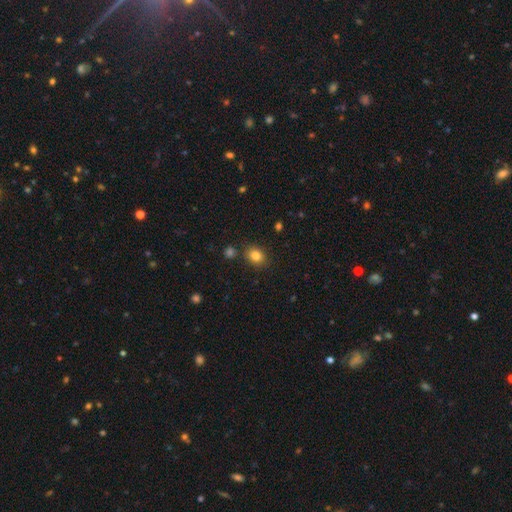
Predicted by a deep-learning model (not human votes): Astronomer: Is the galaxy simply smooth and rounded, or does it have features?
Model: smooth — 82%.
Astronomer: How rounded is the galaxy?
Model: round — 51% (runner-up: in between, 48%).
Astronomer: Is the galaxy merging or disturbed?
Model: none — 82%.